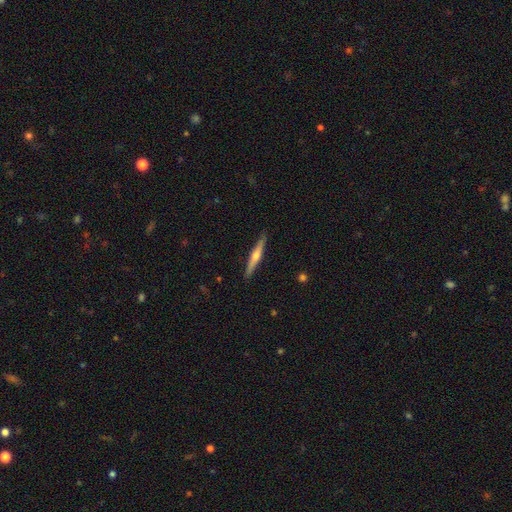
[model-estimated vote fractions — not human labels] Smooth or featured: featured or disk — 62% (smooth — 32%)
Edge-on disk: yes — 97% (no — 3%)
Edge-on bulge: rounded — 86% (none — 10%)
Merging: none — 89% (minor disturbance — 8%)